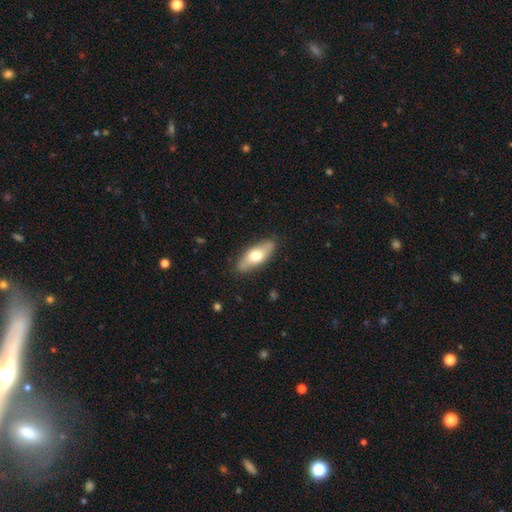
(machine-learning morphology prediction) A smooth galaxy with no disk features (62%) that is in between round and cigar-shaped (69%).

Vote fractions:
- Smooth or featured? smooth: 62% / featured or disk: 33% / star or artifact: 5%
- How rounded? in between: 69% / cigar-shaped: 28% / round: 3%
- Merging? none: 86% / minor disturbance: 11% / major disturbance: 2% / merger: 1%